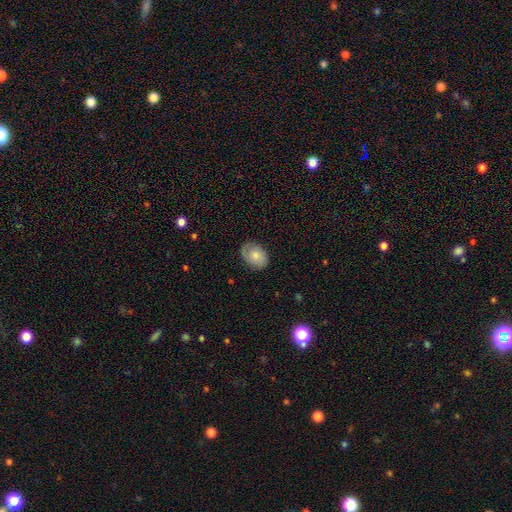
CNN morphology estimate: type=smooth (75%); roundness=in between (77%); merging=none (80%).